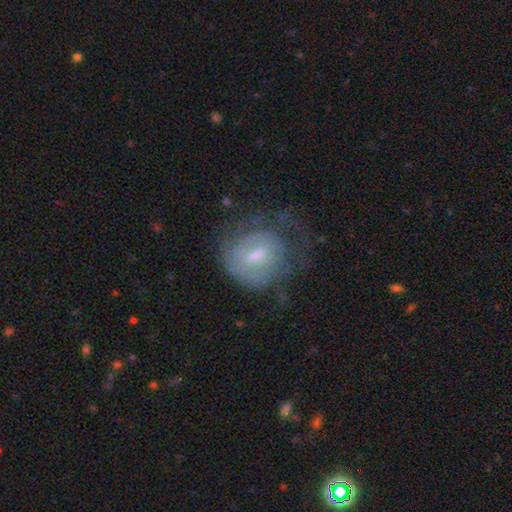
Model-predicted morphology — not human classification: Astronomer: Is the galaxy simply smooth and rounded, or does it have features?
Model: featured or disk — 61%.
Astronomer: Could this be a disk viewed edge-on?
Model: no — 96%.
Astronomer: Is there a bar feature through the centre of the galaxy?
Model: weak — 57%.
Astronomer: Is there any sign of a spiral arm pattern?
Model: yes — 71%.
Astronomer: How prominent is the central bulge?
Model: moderate — 45%, tied with small at 45%.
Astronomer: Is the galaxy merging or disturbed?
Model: none — 49% (runner-up: major disturbance, 26%).